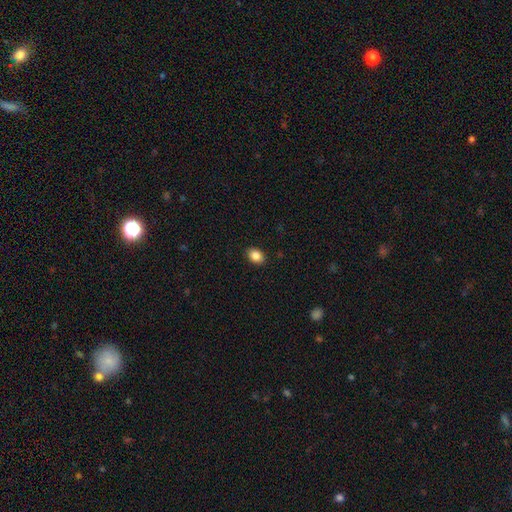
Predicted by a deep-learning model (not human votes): Smooth or featured? Predicted: smooth (p=0.87). How rounded? Predicted: in between (p=0.69). Merging? Predicted: none (p=0.90).